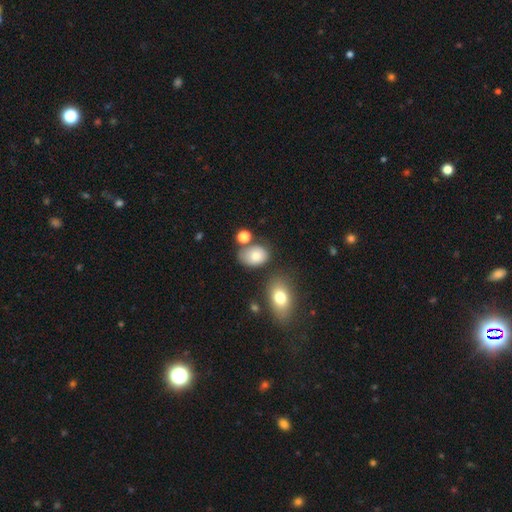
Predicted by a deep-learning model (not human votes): smooth 78%, featured or disk 12%, star or artifact 9%. Down the decision tree: how rounded — in between (77%); merging — none (57%).